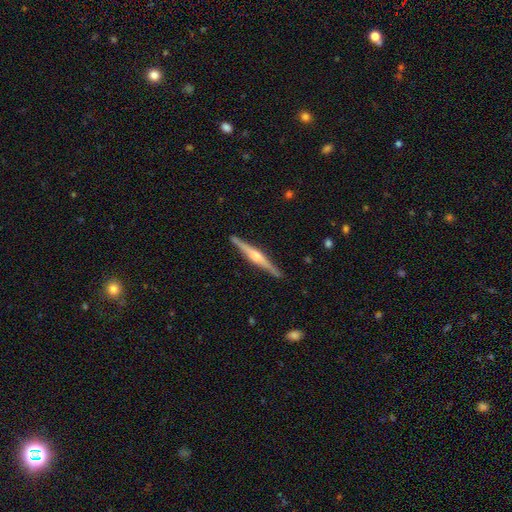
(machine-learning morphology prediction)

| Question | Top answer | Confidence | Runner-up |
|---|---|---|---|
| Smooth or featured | featured or disk | 80% | smooth (15%) |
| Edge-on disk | yes | 99% | no (1%) |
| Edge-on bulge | rounded | 78% | boxy (17%) |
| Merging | none | 91% | minor disturbance (7%) |